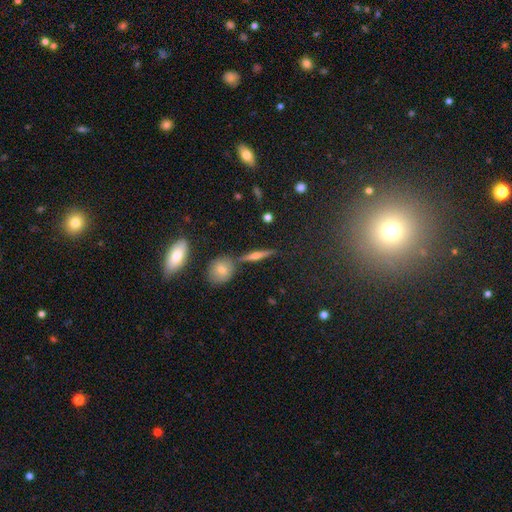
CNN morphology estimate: smooth_or_featured: featured or disk (p=0.55) [alt: smooth p=0.34]
disk_edge_on: yes (p=0.94) [alt: no p=0.06]
edge_on_bulge: rounded (p=0.83) [alt: none p=0.08]
merging: none (p=0.80) [alt: minor disturbance p=0.09]